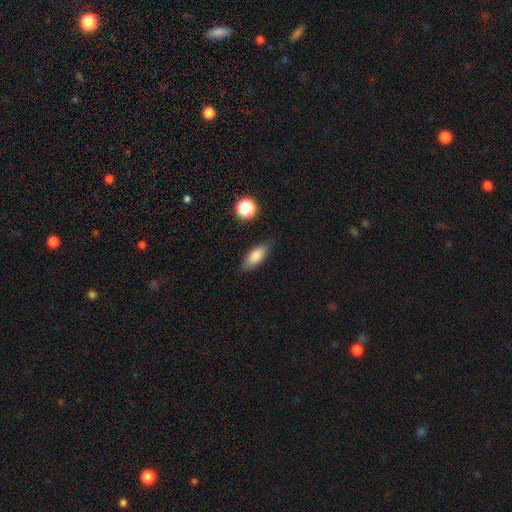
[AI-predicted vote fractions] This is clearly a smooth galaxy (84%). How rounded: likely in between (77%). Merging: clearly none (83%).